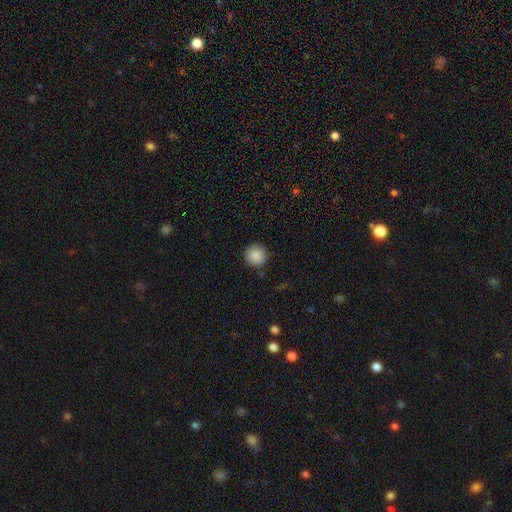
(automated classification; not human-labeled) smooth_or_featured: smooth (p=0.88) [alt: star or artifact p=0.08]
how_rounded: round (p=0.95) [alt: in between p=0.04]
merging: none (p=0.89) [alt: minor disturbance p=0.07]